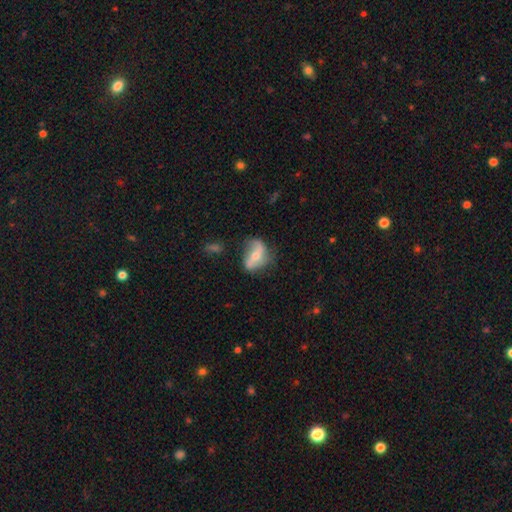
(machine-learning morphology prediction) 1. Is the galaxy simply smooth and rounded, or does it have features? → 63% featured or disk, 30% smooth, 7% star or artifact.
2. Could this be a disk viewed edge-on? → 92% no, 8% yes.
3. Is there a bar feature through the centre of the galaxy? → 37% strong, 33% no, 30% weak.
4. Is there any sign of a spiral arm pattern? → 75% yes, 25% no.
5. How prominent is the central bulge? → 56% moderate, 39% small, 3% large, 2% none, 1% dominant.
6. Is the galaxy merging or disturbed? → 56% none, 27% minor disturbance, 13% major disturbance, 4% merger.